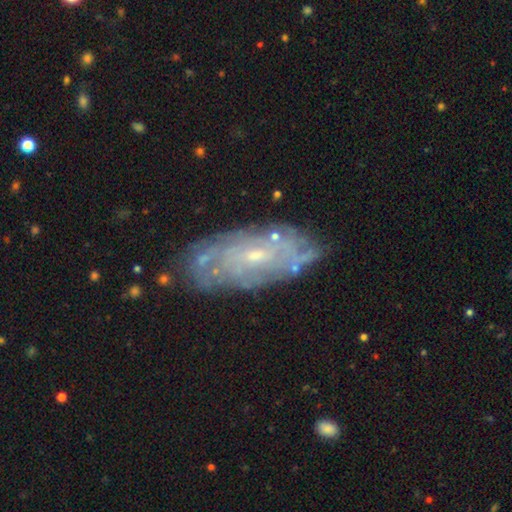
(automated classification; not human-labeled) The model was most divided on "bar": no: 62%, weak: 32%, strong: 6%. More confident: edge-on disk — no (90%); spiral arms — yes (79%); merging — none (78%); smooth or featured — featured or disk (76%); bulge size — small (71%); spiral winding — tight (66%); spiral arm count — can't tell (64%).